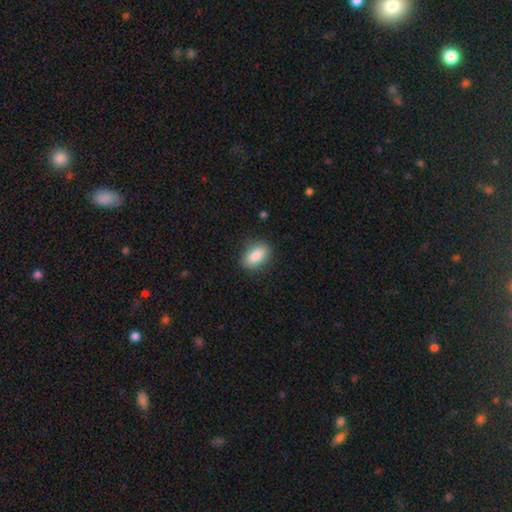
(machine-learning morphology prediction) This is clearly a smooth galaxy (88%). How rounded: clearly in between (89%). Merging: clearly none (86%).